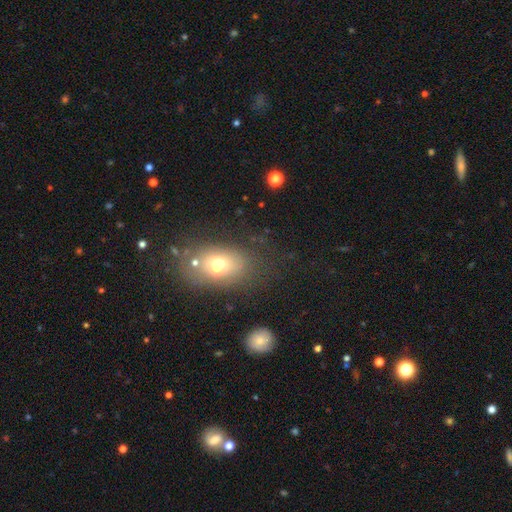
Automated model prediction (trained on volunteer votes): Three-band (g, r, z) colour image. It shows a smooth galaxy with no disk features (58%) that is in between round and cigar-shaped (71%). Merging: none (63%).